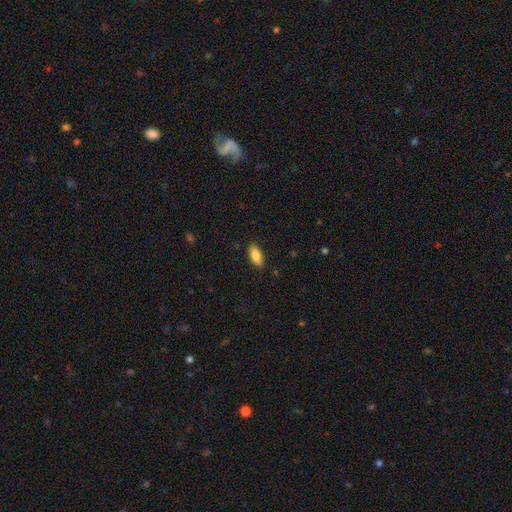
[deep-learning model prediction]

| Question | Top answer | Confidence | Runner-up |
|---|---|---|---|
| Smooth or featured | smooth | 87% | star or artifact (7%) |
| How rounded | in between | 86% | cigar-shaped (12%) |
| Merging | none | 87% | minor disturbance (10%) |